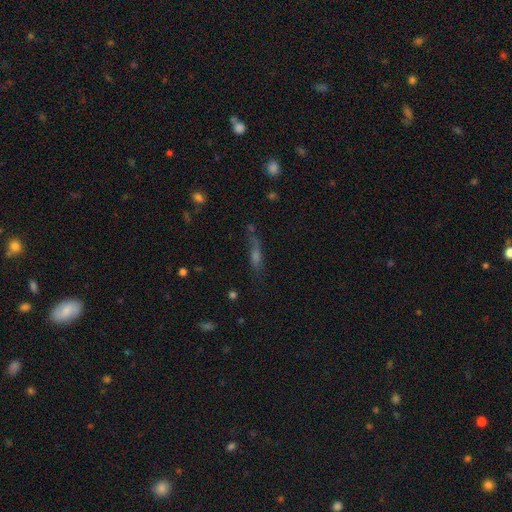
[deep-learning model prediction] The model was most divided on "smooth or featured": smooth: 40%, featured or disk: 35%, star or artifact: 24%. More confident: merging — none (60%).